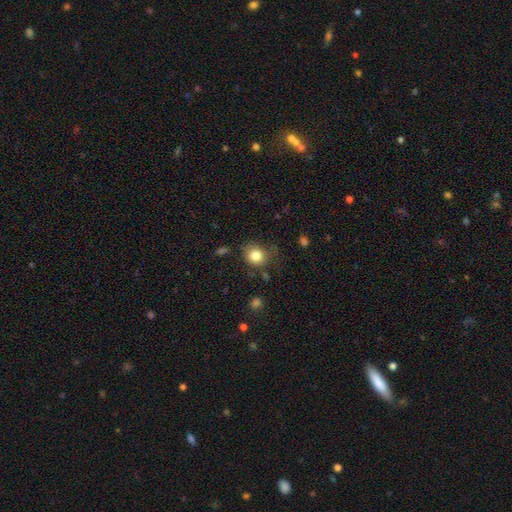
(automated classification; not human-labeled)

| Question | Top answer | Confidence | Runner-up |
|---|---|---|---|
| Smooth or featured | smooth | 82% | star or artifact (11%) |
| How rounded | round | 79% | in between (20%) |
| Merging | none | 72% | minor disturbance (19%) |